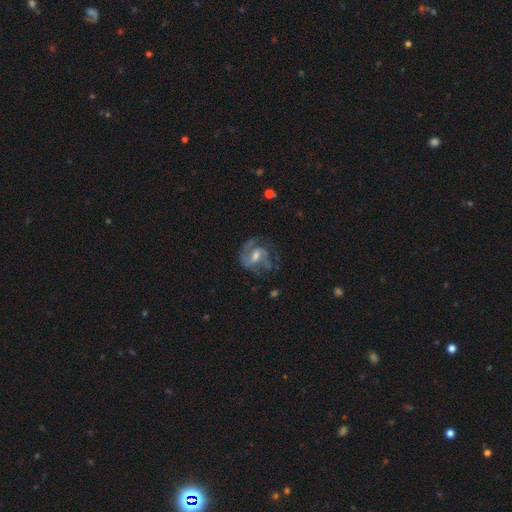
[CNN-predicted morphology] A featured or disk galaxy (78%) with a weak bar (49%), 2 (51%) medium (49%) spiral arms (90%) and a moderate central bulge (56%).

Vote fractions:
- Smooth or featured? featured or disk: 78% / smooth: 15% / star or artifact: 7%
- Edge-on disk? no: 97% / yes: 3%
- Bar? weak: 49% / no: 35% / strong: 16%
- Spiral arms? yes: 90% / no: 10%
- Spiral winding? medium: 49% / tight: 28% / loose: 23%
- Spiral arm count? 2: 51% / can't tell: 18% / 3: 15% / 1: 12% / 4: 3% / more than 4: 3%
- Bulge size? moderate: 56% / small: 30% / large: 8% / none: 5% / dominant: 1%
- Merging? none: 53% / major disturbance: 24% / minor disturbance: 21% / merger: 2%